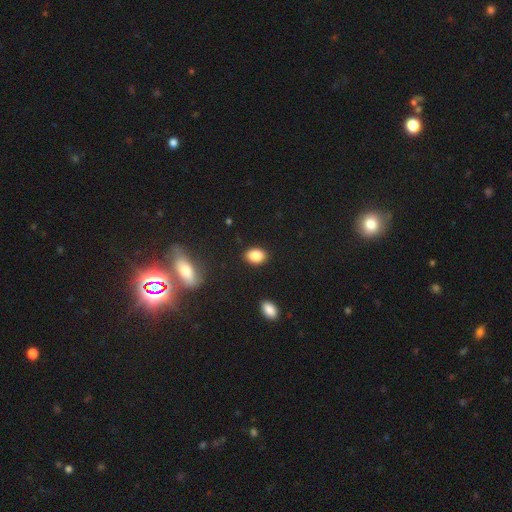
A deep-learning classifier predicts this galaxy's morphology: smooth_or_featured: smooth (p=0.86) [alt: star or artifact p=0.09]
how_rounded: in between (p=0.74) [alt: round p=0.24]
merging: none (p=0.87) [alt: minor disturbance p=0.09]